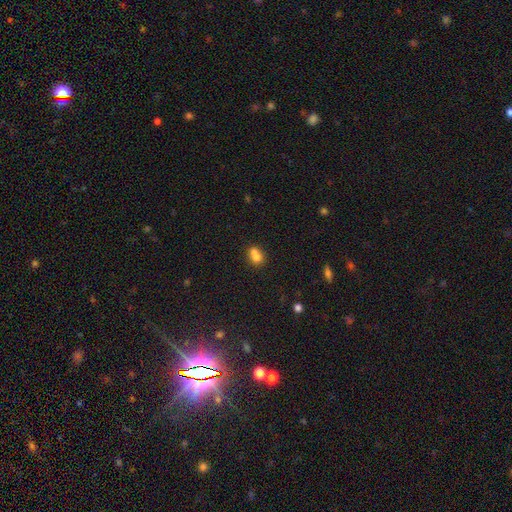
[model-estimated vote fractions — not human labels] Q: Smooth or featured?
A: smooth (73%); runner-up: featured or disk (15%)
Q: How rounded?
A: round (53%); runner-up: in between (45%)
Q: Merging?
A: merger (52%); runner-up: none (33%)